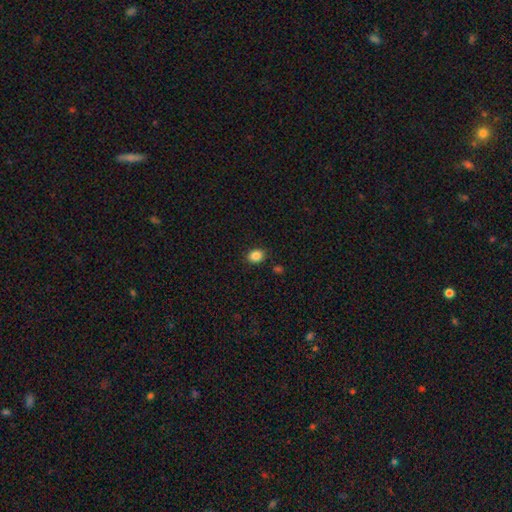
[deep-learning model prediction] smooth_or_featured: smooth (p=0.87) [alt: star or artifact p=0.10]
how_rounded: in between (p=0.61) [alt: round p=0.38]
merging: none (p=0.86) [alt: minor disturbance p=0.09]